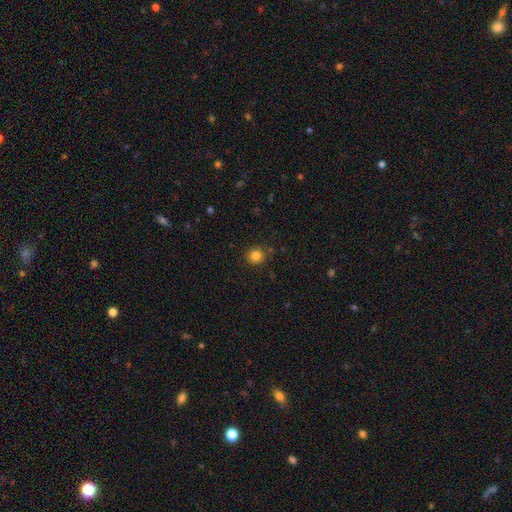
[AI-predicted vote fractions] This is clearly a smooth galaxy (83%). How rounded: clearly round (91%). Merging: clearly none (88%).